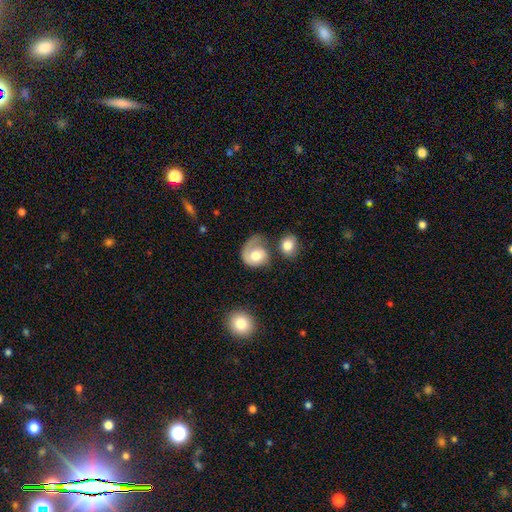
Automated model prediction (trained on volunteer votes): featured or disk 53%, smooth 41%, star or artifact 7%. Down the decision tree: edge-on disk — no (98%); bar — no (78%); spiral arms — yes (79%); bulge size — moderate (59%); merging — none (34%).